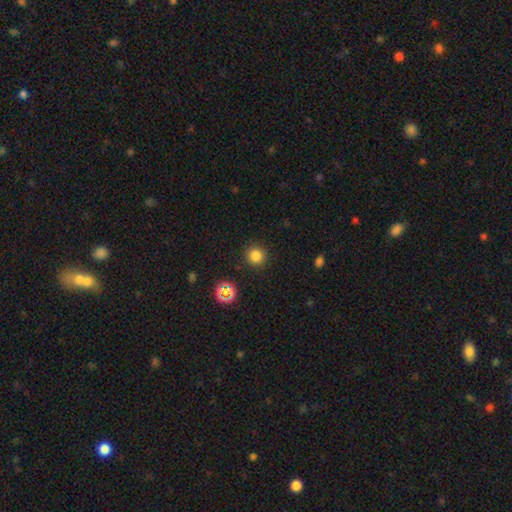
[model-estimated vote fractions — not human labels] smooth-or-featured: smooth: 80% | star or artifact: 15% | featured or disk: 5%
  how-rounded: round: 93% | in between: 6% | cigar-shaped: 1%
  merging: none: 90% | minor disturbance: 6% | major disturbance: 3% | merger: 1%